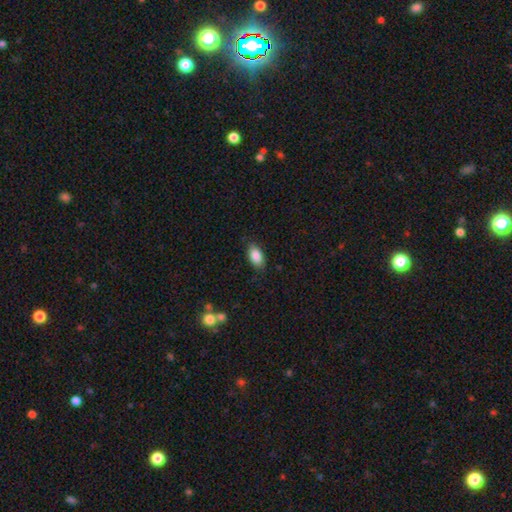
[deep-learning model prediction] Morphology: type=smooth (87%); roundness=in between (93%); merging=none (84%).